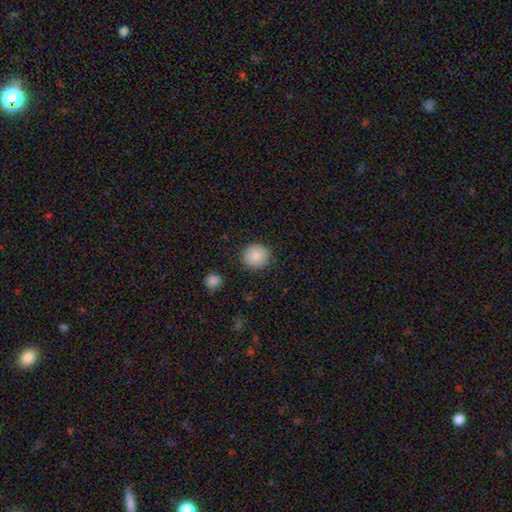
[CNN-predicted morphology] smooth_or_featured: smooth (p=0.87) [alt: star or artifact p=0.08]
how_rounded: round (p=0.90) [alt: in between p=0.09]
merging: none (p=0.88) [alt: minor disturbance p=0.08]